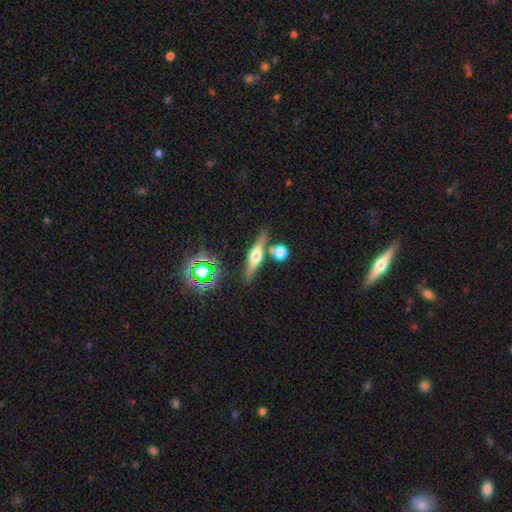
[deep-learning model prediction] This is possibly a featured or disk galaxy (56%). It is clearly viewed edge-on (92%). Edge-on bulge: clearly rounded (90%). Merging: likely none (75%).